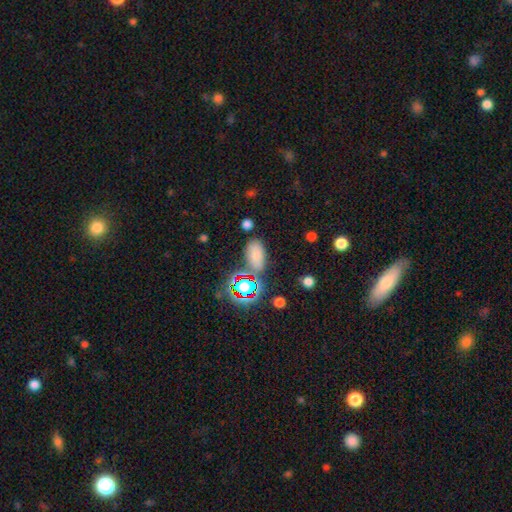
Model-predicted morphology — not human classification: This appears to be a smooth galaxy with no disk features (69%) that is in between round and cigar-shaped (90%). Merging: none (68%).